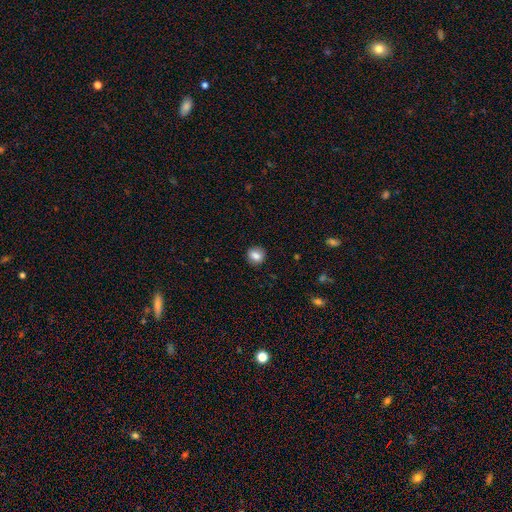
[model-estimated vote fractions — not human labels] smooth-or-featured: smooth: 83% | star or artifact: 9% | featured or disk: 8%
  how-rounded: round: 73% | in between: 25% | cigar-shaped: 1%
  merging: none: 88% | minor disturbance: 8% | major disturbance: 2% | merger: 1%